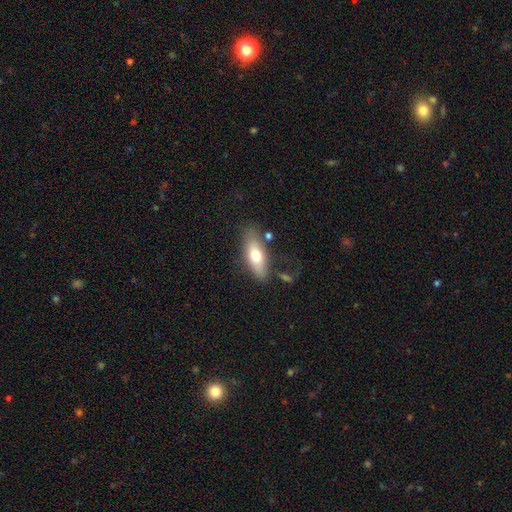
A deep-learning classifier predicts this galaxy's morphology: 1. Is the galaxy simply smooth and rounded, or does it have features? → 66% smooth, 27% featured or disk, 7% star or artifact.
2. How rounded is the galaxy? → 70% in between, 27% cigar-shaped, 3% round.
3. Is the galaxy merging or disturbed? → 74% none, 15% minor disturbance, 5% major disturbance, 5% merger.